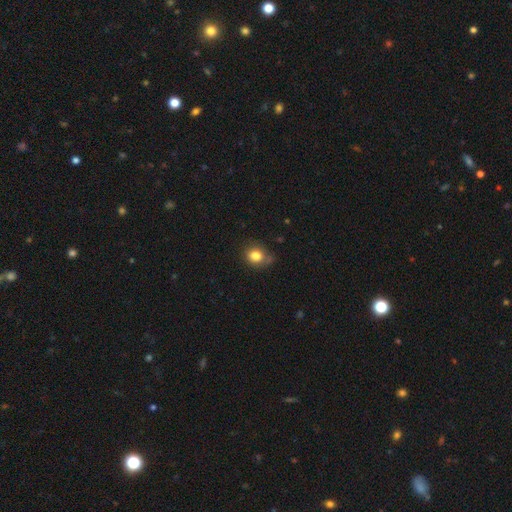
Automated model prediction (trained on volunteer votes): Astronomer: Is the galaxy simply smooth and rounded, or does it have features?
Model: smooth — 81%.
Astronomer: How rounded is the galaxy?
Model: round — 71%.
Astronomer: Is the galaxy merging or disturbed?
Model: none — 63%.